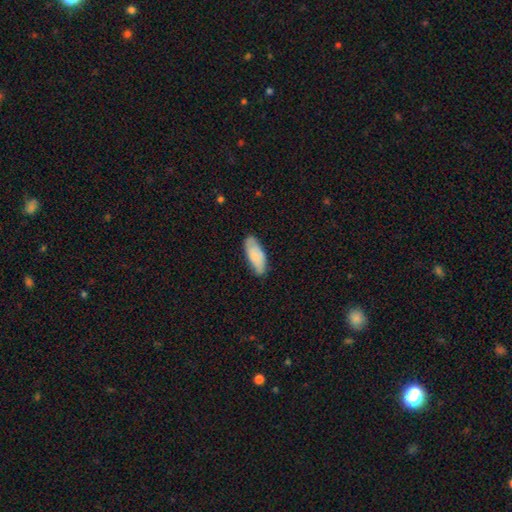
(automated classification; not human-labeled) A smooth galaxy with no disk features (76%) that is in between round and cigar-shaped (77%). Merging: none (75%).